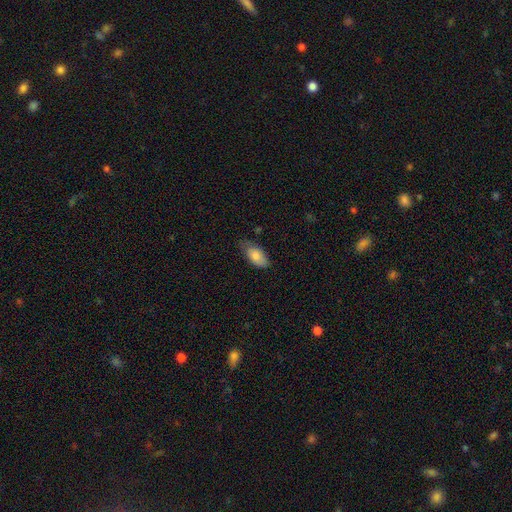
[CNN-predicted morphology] Smooth or featured: smooth — 80% (featured or disk — 14%)
How rounded: in between — 92% (cigar-shaped — 5%)
Merging: none — 63% (minor disturbance — 30%)